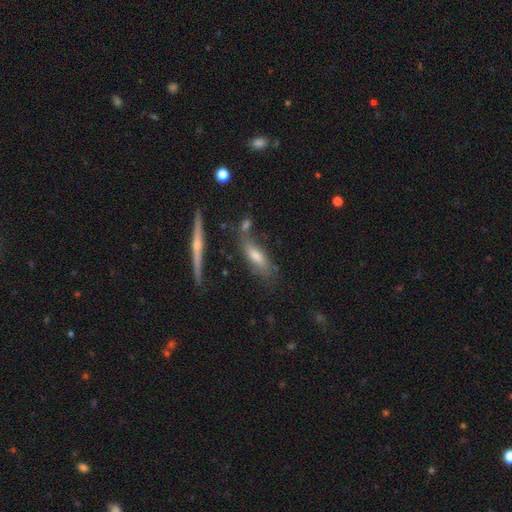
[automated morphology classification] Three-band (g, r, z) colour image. It shows a smooth galaxy with no disk features (46%). Merging: none (60%).